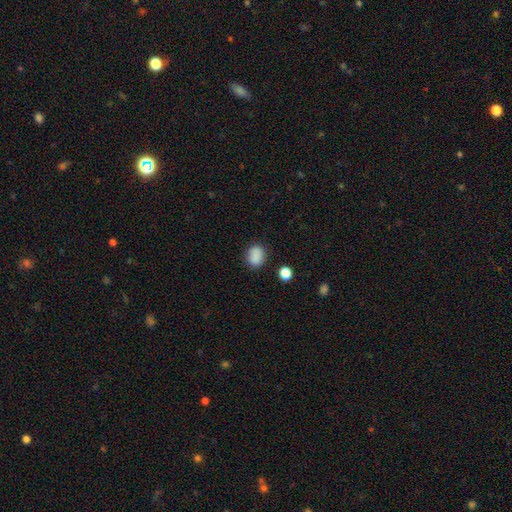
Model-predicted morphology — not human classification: This appears to be a smooth galaxy with no disk features (87%) that is in between round and cigar-shaped (51%). Merging: none (82%).